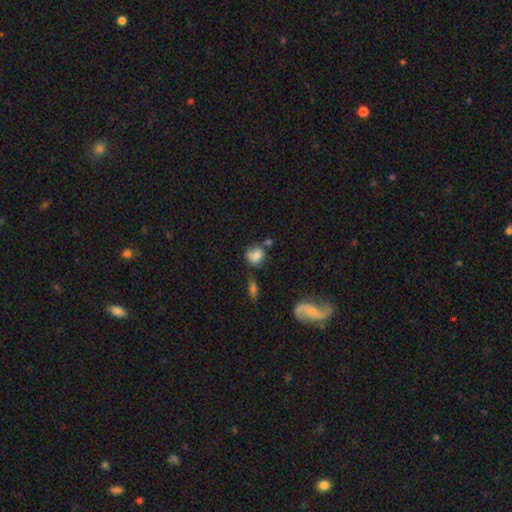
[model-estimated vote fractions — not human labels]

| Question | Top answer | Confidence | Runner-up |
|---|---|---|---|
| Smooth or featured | smooth | 76% | featured or disk (14%) |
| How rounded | round | 52% | in between (46%) |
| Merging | none | 42% | minor disturbance (27%) |